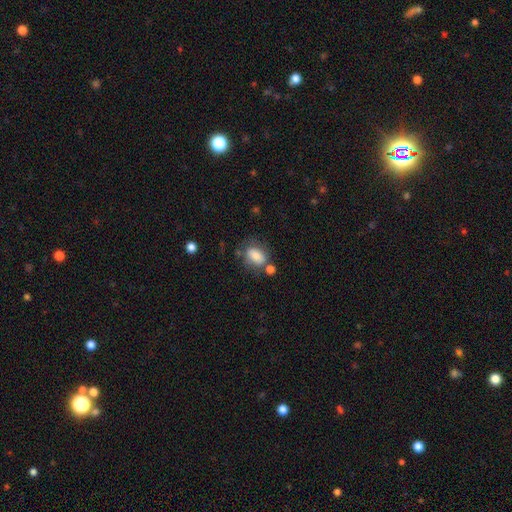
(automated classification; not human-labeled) Overall: smooth (75%). How rounded: in between (79%). Merging: none (51%; minor disturbance 21%).